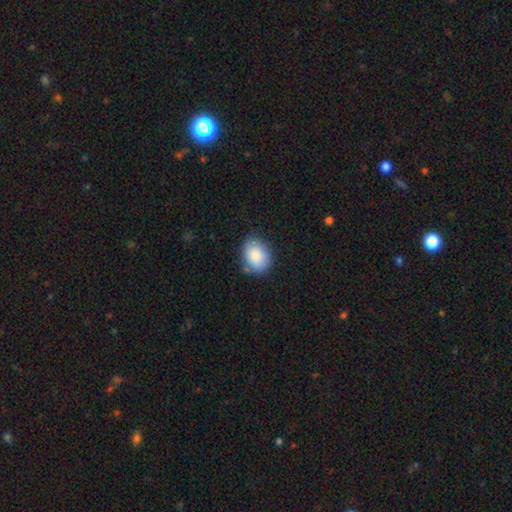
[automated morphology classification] smooth-or-featured: smooth: 86% | star or artifact: 7% | featured or disk: 7%
  how-rounded: in between: 63% | round: 36% | cigar-shaped: 1%
  merging: none: 74% | minor disturbance: 19% | major disturbance: 4% | merger: 2%